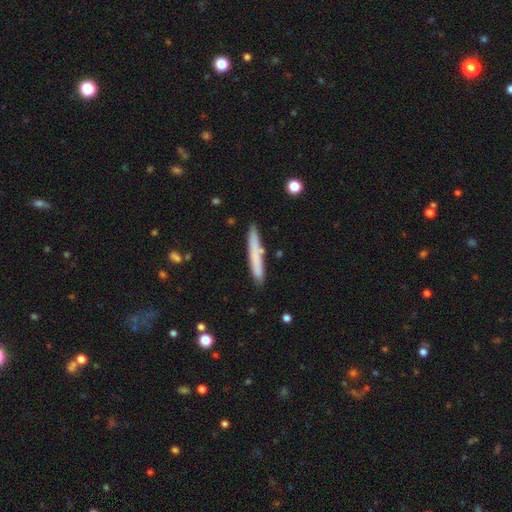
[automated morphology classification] Overall: smooth (69%). How rounded: cigar-shaped (95%). Merging: none (84%).